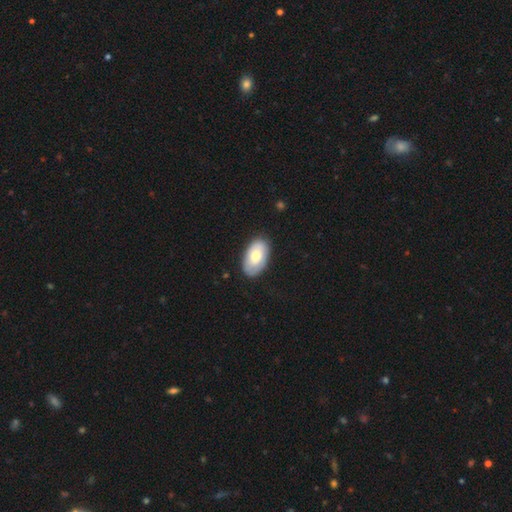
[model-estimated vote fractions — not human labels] This appears to be a smooth galaxy with no disk features (67%) that is in between round and cigar-shaped (94%). Merging: none (83%).